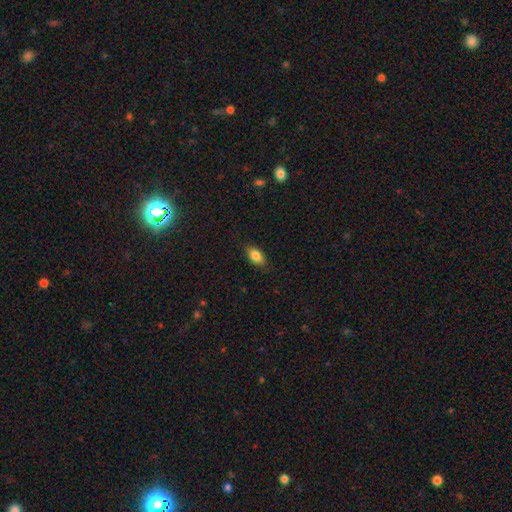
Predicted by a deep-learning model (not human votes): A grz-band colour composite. It shows a smooth galaxy with no disk features (83%) that is in between round and cigar-shaped (87%). Merging: none (83%).